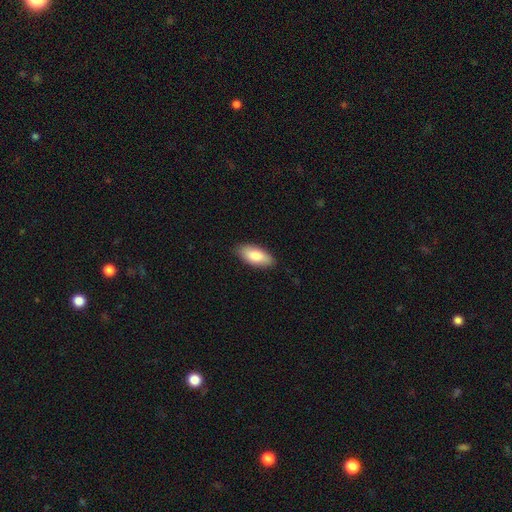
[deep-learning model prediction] Smooth or featured? smooth (82%)
How rounded? in between (86%)
Merging? none (87%)